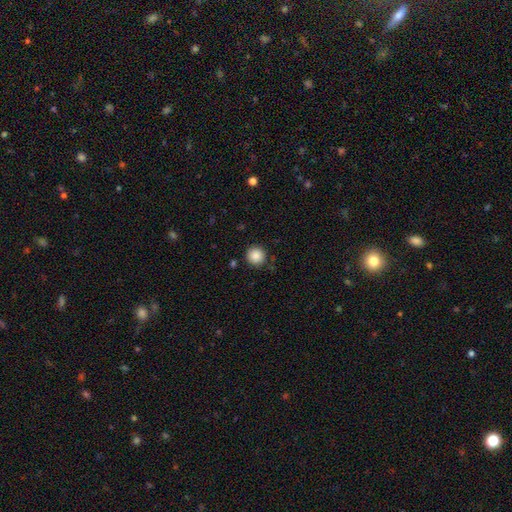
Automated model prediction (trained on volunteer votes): smooth 87%, star or artifact 9%, featured or disk 3%. Down the decision tree: how rounded — round (95%); merging — none (90%).